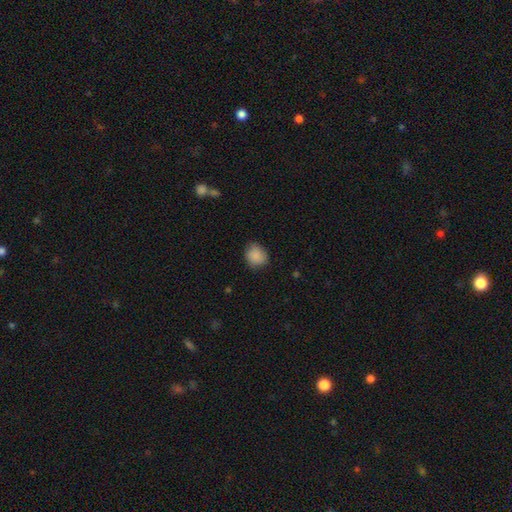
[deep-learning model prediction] The model was most divided on "how rounded": round: 68%, in between: 31%, cigar-shaped: 1%. More confident: smooth or featured — smooth (87%); merging — none (76%).